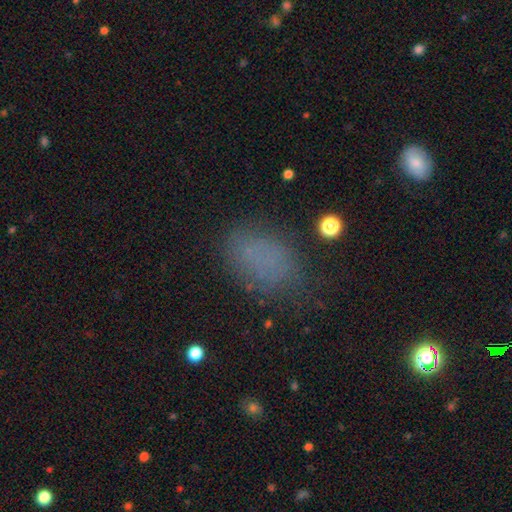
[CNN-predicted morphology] This is likely a smooth galaxy (70%). How rounded: clearly in between (81%). Merging: likely none (68%).